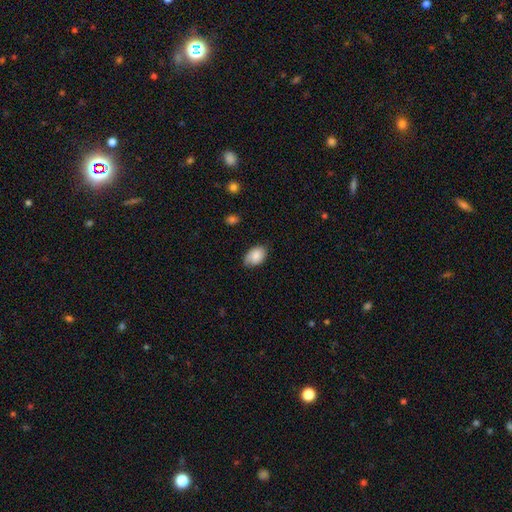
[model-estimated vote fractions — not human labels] Q: Smooth or featured?
A: smooth (83%); runner-up: featured or disk (11%)
Q: How rounded?
A: in between (89%); runner-up: round (10%)
Q: Merging?
A: none (73%); runner-up: minor disturbance (22%)